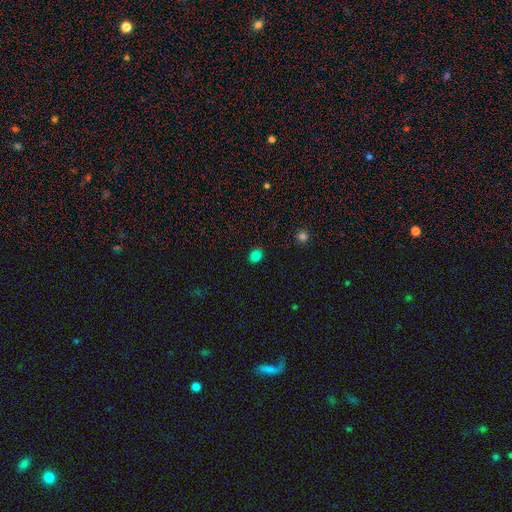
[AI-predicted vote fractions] Q: Smooth or featured?
A: smooth (83%); runner-up: star or artifact (13%)
Q: How rounded?
A: in between (52%); runner-up: round (47%)
Q: Merging?
A: none (88%); runner-up: minor disturbance (8%)